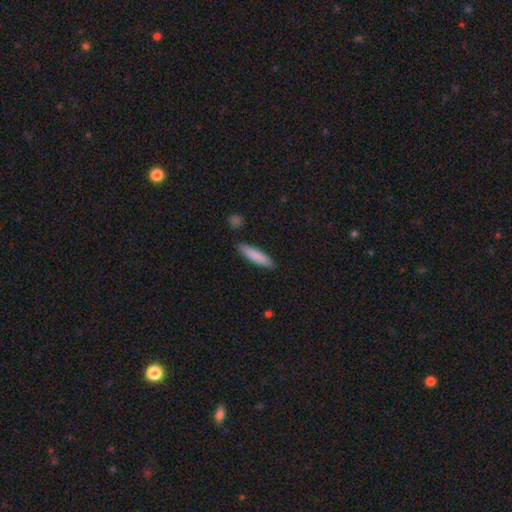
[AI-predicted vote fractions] Smooth or featured?
  - smooth: 84% *
  - featured or disk: 10%
  - star or artifact: 6%
How rounded?
  - cigar-shaped: 77% *
  - in between: 22%
  - round: 1%
Merging?
  - none: 88% *
  - minor disturbance: 9%
  - major disturbance: 2%
  - merger: 2%